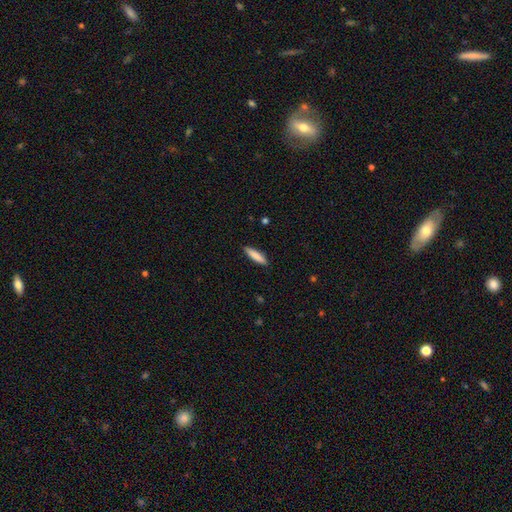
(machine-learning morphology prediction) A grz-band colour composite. It shows a smooth galaxy with no disk features (84%) that is cigar-shaped (78%). Merging: none (90%).